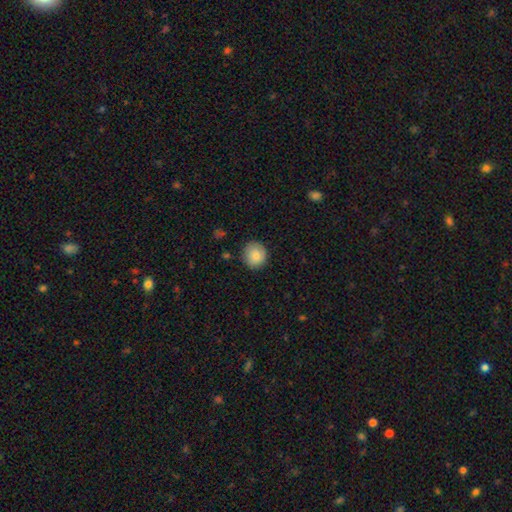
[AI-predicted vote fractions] This appears to be a smooth galaxy with no disk features (84%) that is round (89%). Merging: none (85%).